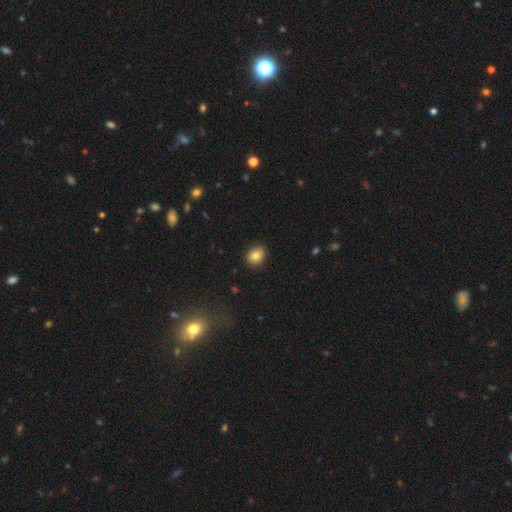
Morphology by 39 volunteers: smooth_or_featured: smooth (p=0.69) [alt: featured or disk p=0.21]
how_rounded: round (p=0.74) [alt: in between p=0.26]
merging: none (p=0.97) [alt: major disturbance p=0.03]